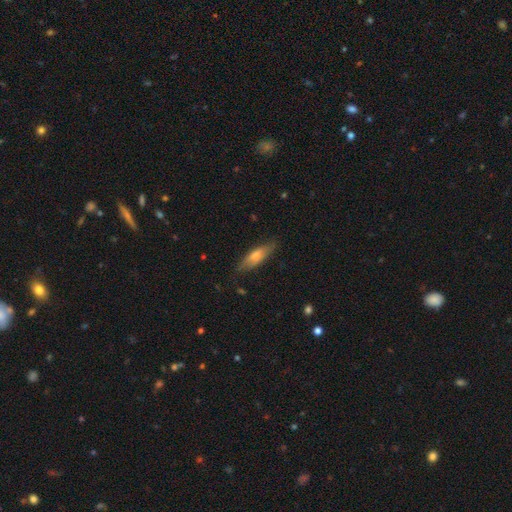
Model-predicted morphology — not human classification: This appears to be a smooth galaxy with no disk features (49%). Merging: none (82%).